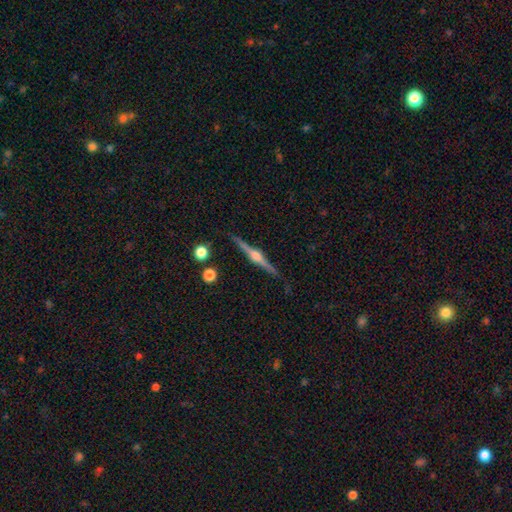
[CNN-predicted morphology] featured or disk 85%, smooth 9%, star or artifact 6%. Down the decision tree: edge-on disk — yes (98%); edge-on bulge — rounded (94%); merging — none (90%).